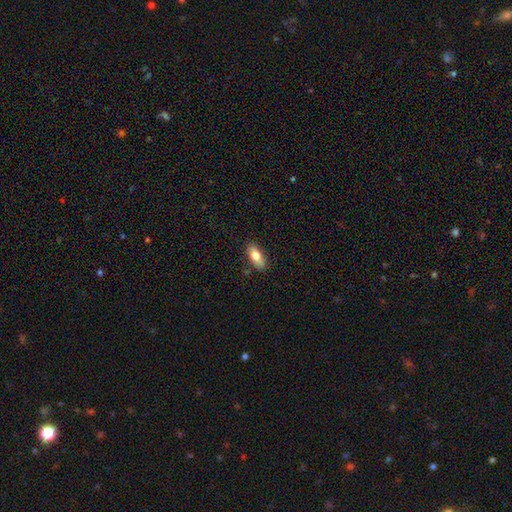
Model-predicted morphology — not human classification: A smooth galaxy with no disk features (76%) that is in between round and cigar-shaped (81%).

Vote fractions:
- Smooth or featured? smooth: 76% / featured or disk: 17% / star or artifact: 7%
- How rounded? in between: 81% / cigar-shaped: 16% / round: 3%
- Merging? none: 85% / minor disturbance: 11% / major disturbance: 2% / merger: 2%